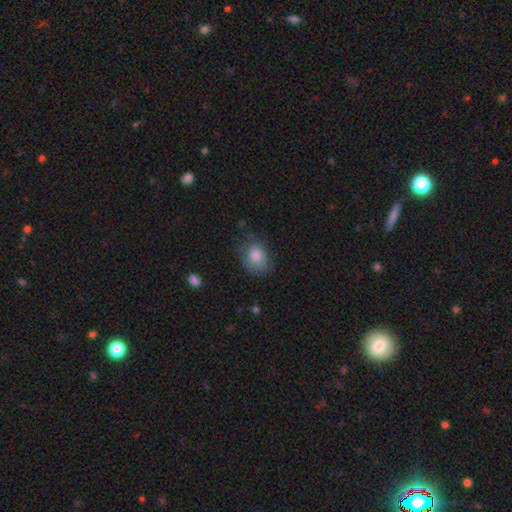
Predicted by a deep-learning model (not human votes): The model was most divided on "how rounded": in between: 55%, round: 44%, cigar-shaped: 1%. More confident: smooth or featured — smooth (80%); merging — none (62%).